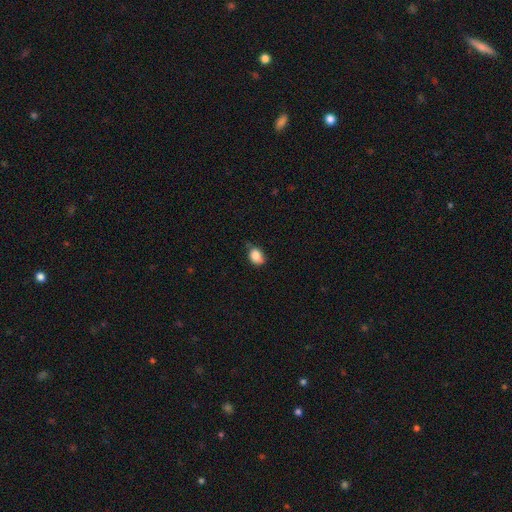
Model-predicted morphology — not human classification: Overall: smooth (86%). How rounded: in between (65%; round 34%). Merging: none (61%; minor disturbance 32%).